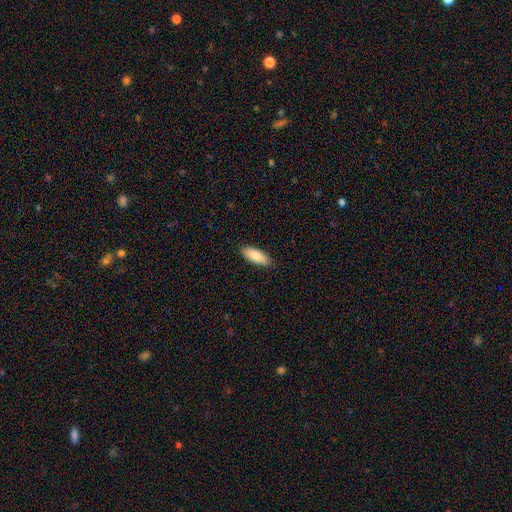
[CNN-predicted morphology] A smooth galaxy with no disk features (82%) that is in between round and cigar-shaped (74%).

Vote fractions:
- Smooth or featured? smooth: 82% / featured or disk: 12% / star or artifact: 6%
- How rounded? in between: 74% / cigar-shaped: 24% / round: 2%
- Merging? none: 89% / minor disturbance: 8% / major disturbance: 2% / merger: 1%